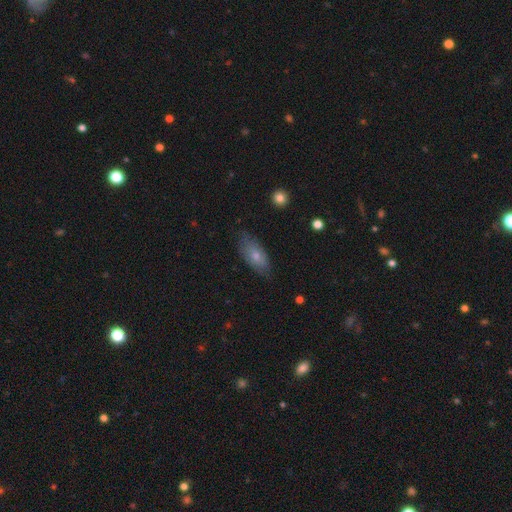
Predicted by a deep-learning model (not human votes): Overall: smooth (65%; featured or disk 29%). How rounded: in between (87%). Merging: none (67%).